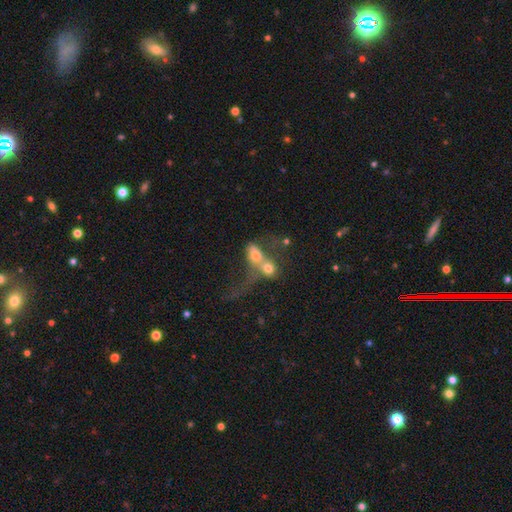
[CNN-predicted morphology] Smooth or featured? Predicted: smooth (p=0.56). How rounded? Predicted: in between (p=0.56). Merging? Predicted: merger (p=0.75).